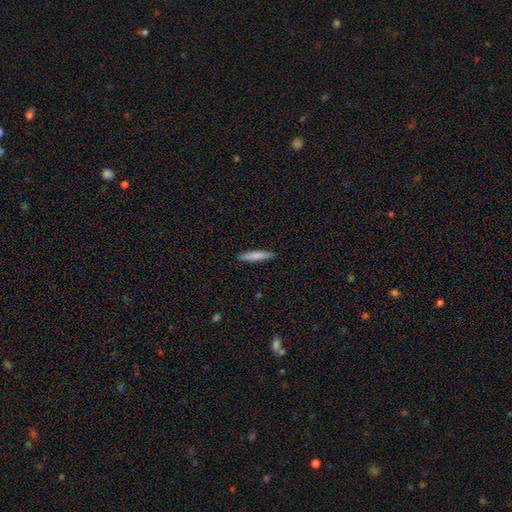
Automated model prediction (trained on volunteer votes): A smooth galaxy with no disk features (81%) that is cigar-shaped (89%). Merging: none (91%).